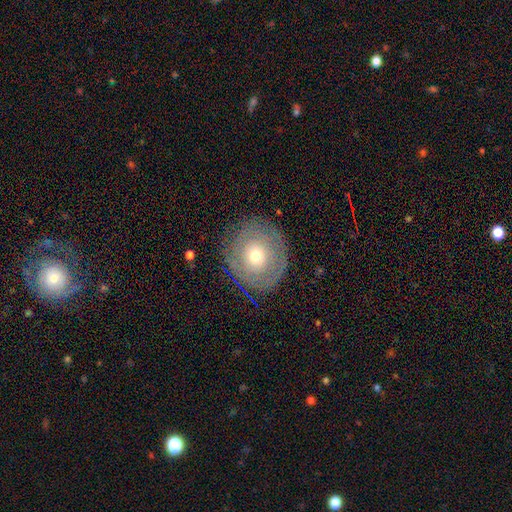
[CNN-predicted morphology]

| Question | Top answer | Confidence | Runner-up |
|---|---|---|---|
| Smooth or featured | smooth | 49% | featured or disk (41%) |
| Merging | none | 83% | minor disturbance (11%) |